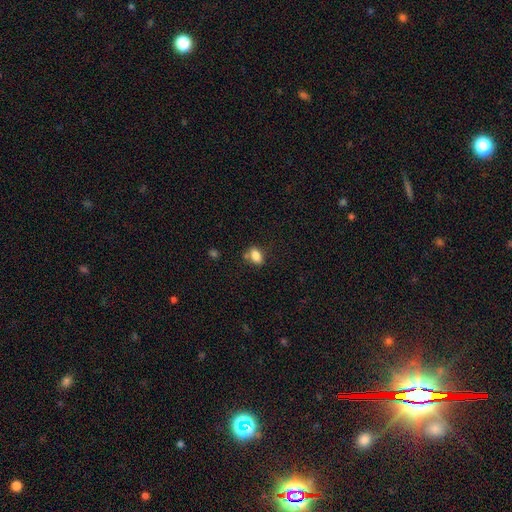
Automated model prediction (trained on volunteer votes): smooth_or_featured: smooth (p=0.84) [alt: star or artifact p=0.10]
how_rounded: in between (p=0.83) [alt: round p=0.14]
merging: none (p=0.63) [alt: minor disturbance p=0.20]